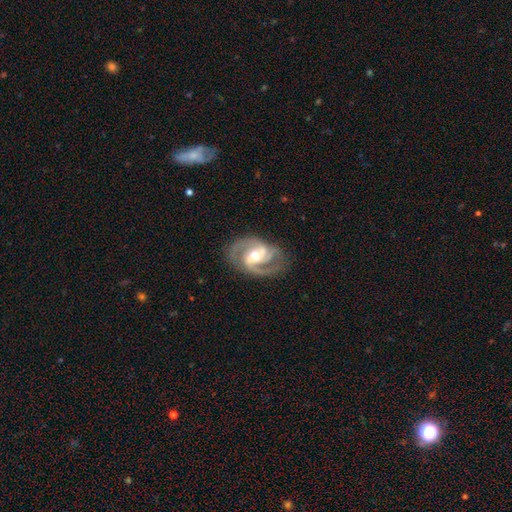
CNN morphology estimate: This is clearly a featured or disk galaxy (91%). It is clearly not viewed edge-on (98%). Bar: marginally weak (45%). Spiral arm pattern: clearly yes (98%). Spiral arm count: possibly 2 (56%). Spiral winding: possibly medium (58%). Central bulge: likely moderate (68%). Merging: likely none (76%).